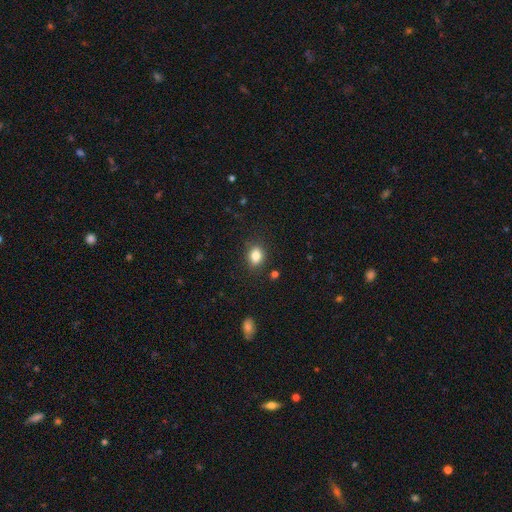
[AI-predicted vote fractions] smooth_or_featured: smooth (p=0.84) [alt: star or artifact p=0.10]
how_rounded: in between (p=0.68) [alt: round p=0.30]
merging: none (p=0.81) [alt: minor disturbance p=0.13]